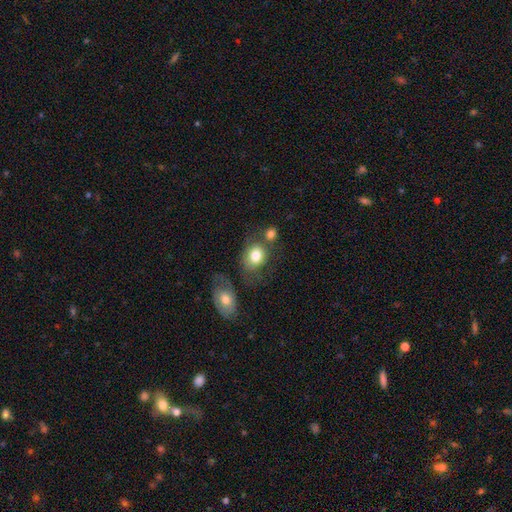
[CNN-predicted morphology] Overall: smooth (78%). How rounded: in between (55%; round 44%). Merging: none (46%; merger 28%).